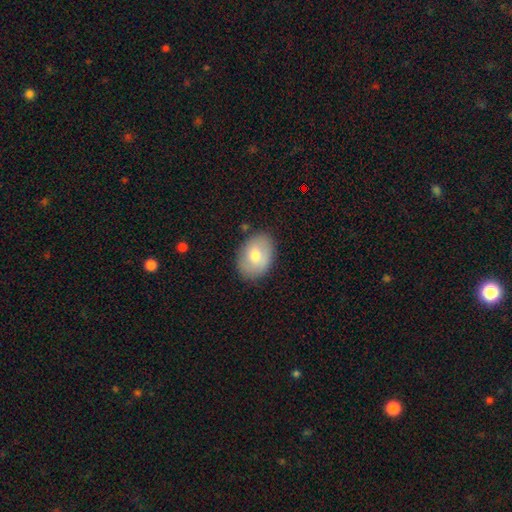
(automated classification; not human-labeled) smooth-or-featured: smooth: 70% | featured or disk: 23% | star or artifact: 7%
  how-rounded: in between: 73% | round: 26% | cigar-shaped: 1%
  merging: none: 82% | minor disturbance: 13% | major disturbance: 3% | merger: 2%